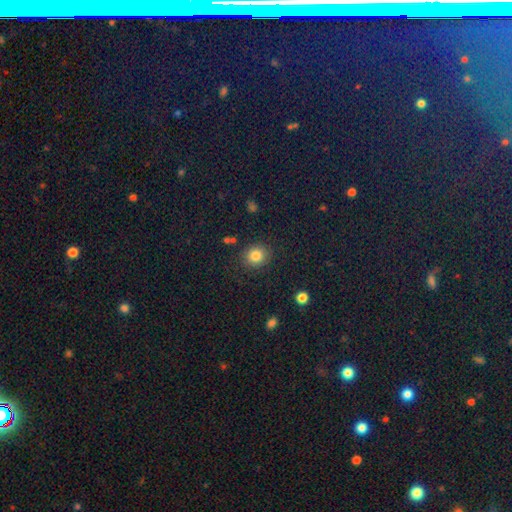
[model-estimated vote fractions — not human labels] The model was most divided on "how rounded": round: 82%, in between: 17%, cigar-shaped: 1%. More confident: merging — none (88%); smooth or featured — smooth (83%).